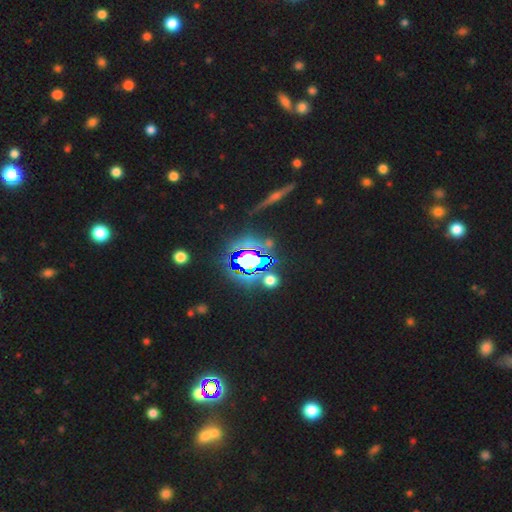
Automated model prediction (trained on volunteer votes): smooth-or-featured: star or artifact: 74% | featured or disk: 13% | smooth: 13%